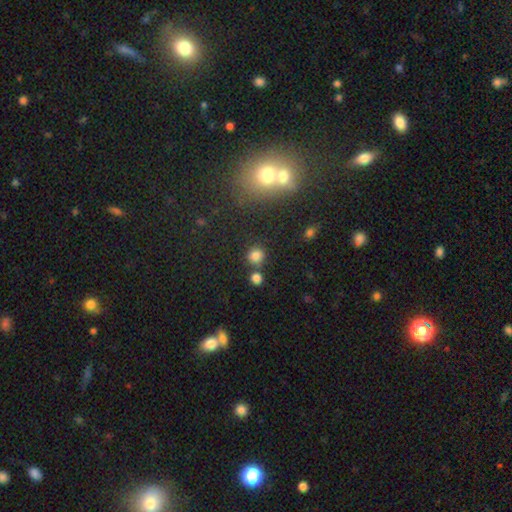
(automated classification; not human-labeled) The model was most divided on "merging": none: 74%, merger: 14%, minor disturbance: 8%, major disturbance: 3%. More confident: how rounded — round (88%); smooth or featured — smooth (79%).